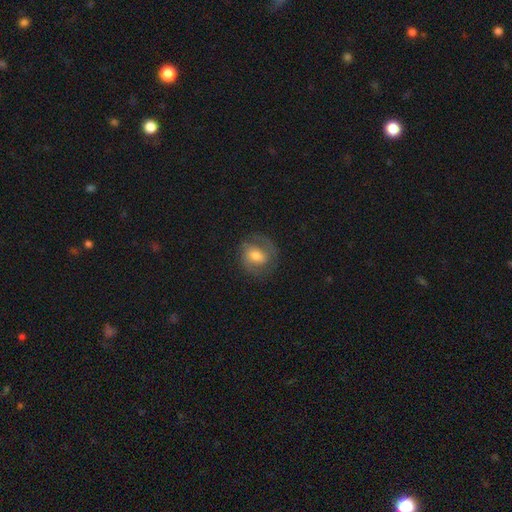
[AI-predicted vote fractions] Q: Smooth or featured?
A: featured or disk (51%); runner-up: smooth (41%)
Q: Edge-on disk?
A: no (96%); runner-up: yes (4%)
Q: Merging?
A: none (68%); runner-up: minor disturbance (19%)